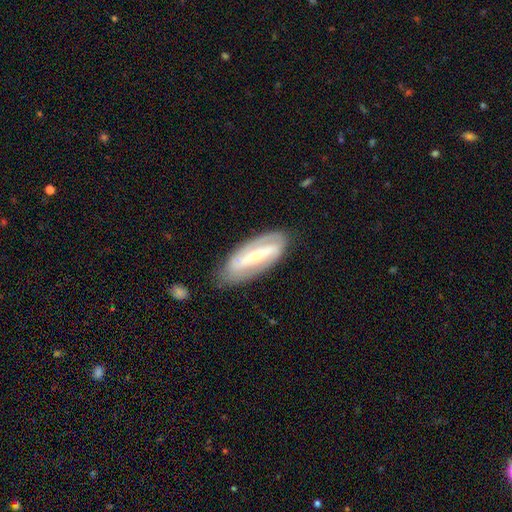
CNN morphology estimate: Smooth or featured? featured or disk (79%)
Edge-on disk? no (86%)
Bar? strong (70%)
Spiral arms? yes (82%)
Spiral winding? tight (38%)
Spiral arm count? 2 (83%)
Bulge size? small (60%)
Merging? none (81%)